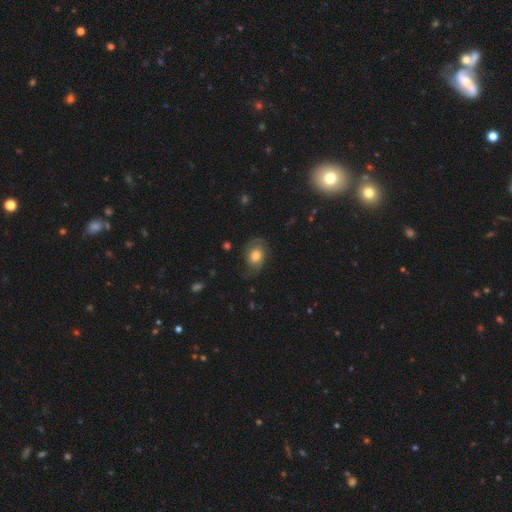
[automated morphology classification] Smooth or featured: featured or disk — 48% (smooth — 43%)
Merging: none — 63% (minor disturbance — 22%)